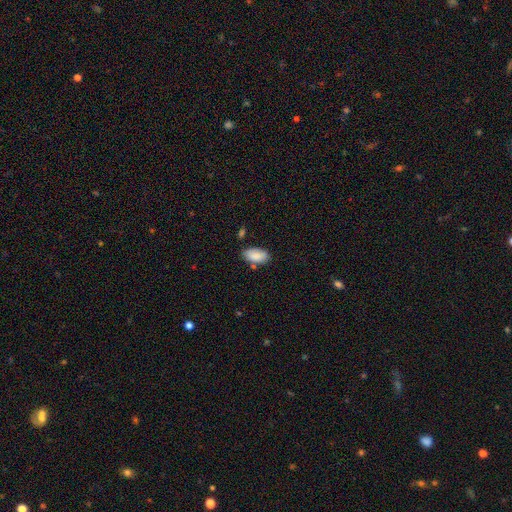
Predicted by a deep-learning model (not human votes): Smooth or featured? Predicted: smooth (p=0.87). How rounded? Predicted: in between (p=0.94). Merging? Predicted: none (p=0.73).